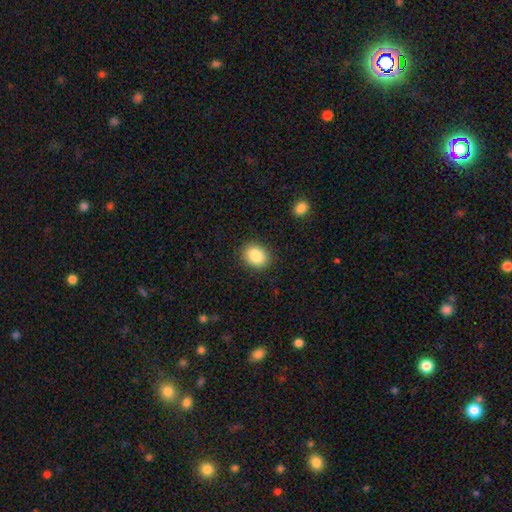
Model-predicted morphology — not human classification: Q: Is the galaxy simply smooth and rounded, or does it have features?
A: smooth — 85%.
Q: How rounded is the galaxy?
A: in between — 50%.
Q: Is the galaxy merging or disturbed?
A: none — 88%.